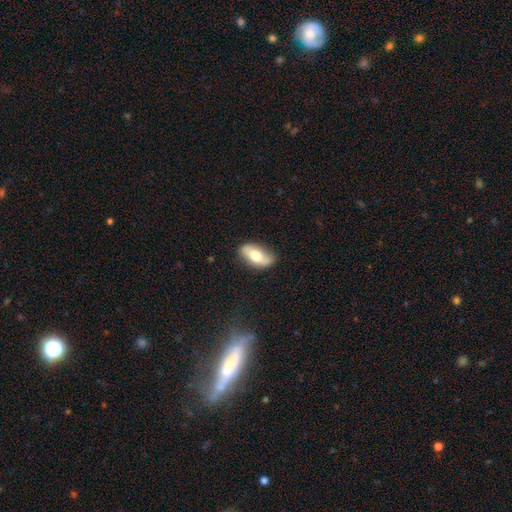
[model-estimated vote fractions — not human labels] smooth 57%, featured or disk 37%, star or artifact 6%. Down the decision tree: how rounded — in between (89%); merging — none (79%).